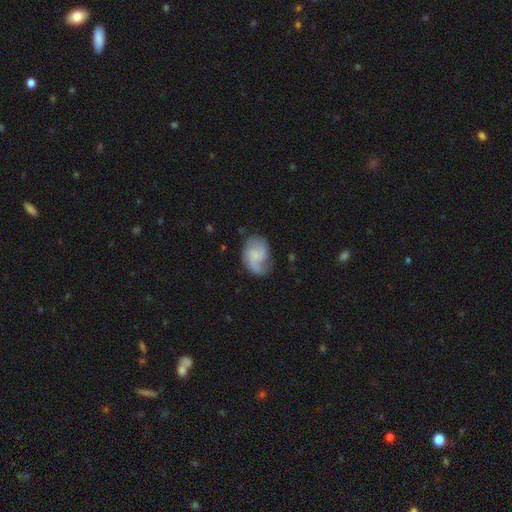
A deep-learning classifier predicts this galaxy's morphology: smooth_or_featured: featured or disk (p=0.60) [alt: smooth p=0.32]
disk_edge_on: no (p=0.98) [alt: yes p=0.02]
bar: no (p=0.66) [alt: weak p=0.30]
has_spiral_arms: yes (p=0.90) [alt: no p=0.10]
spiral_winding: medium (p=0.41) [alt: loose p=0.39]
spiral_arm_count: 2 (p=0.48) [alt: 1 p=0.32]
bulge_size: small (p=0.44) [alt: none p=0.36]
merging: none (p=0.53) [alt: minor disturbance p=0.27]